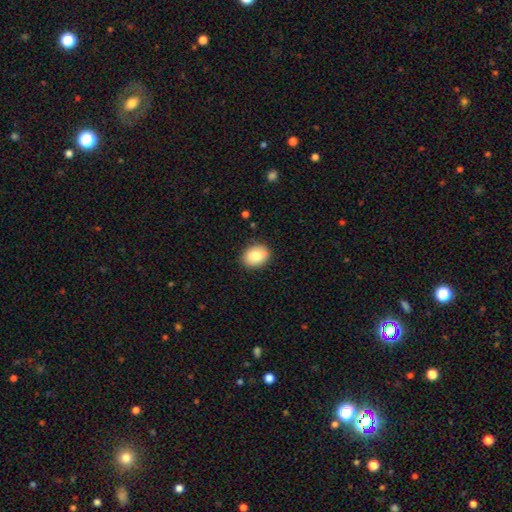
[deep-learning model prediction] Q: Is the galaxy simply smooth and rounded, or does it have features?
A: smooth — 84%.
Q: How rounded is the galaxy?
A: in between — 63%.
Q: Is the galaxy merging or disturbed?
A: none — 88%.